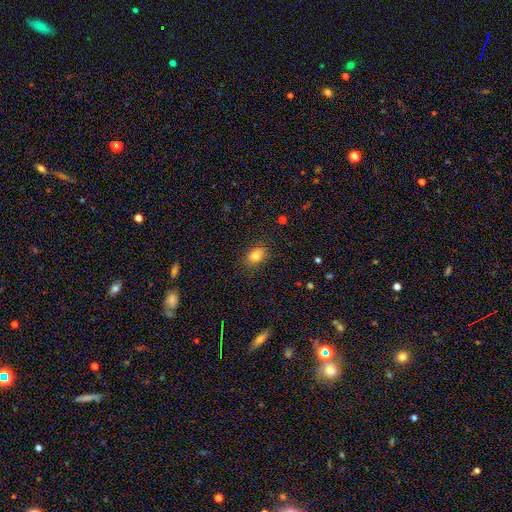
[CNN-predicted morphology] smooth-or-featured: smooth: 81% | star or artifact: 12% | featured or disk: 8%
  how-rounded: in between: 64% | round: 34% | cigar-shaped: 2%
  merging: none: 84% | minor disturbance: 12% | major disturbance: 3% | merger: 1%